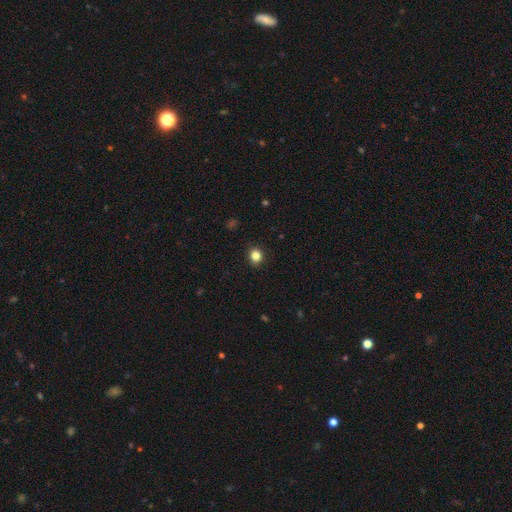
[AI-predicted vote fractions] Overall: smooth (84%). How rounded: round (80%). Merging: none (91%).